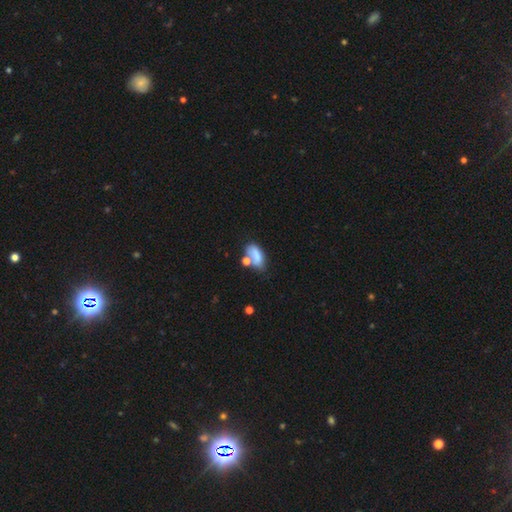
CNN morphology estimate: A smooth galaxy with no disk features (72%) that is in between round and cigar-shaped (86%).

Vote fractions:
- Smooth or featured? smooth: 72% / featured or disk: 18% / star or artifact: 10%
- How rounded? in between: 86% / round: 7% / cigar-shaped: 6%
- Merging? none: 38% / merger: 29% / minor disturbance: 21% / major disturbance: 12%